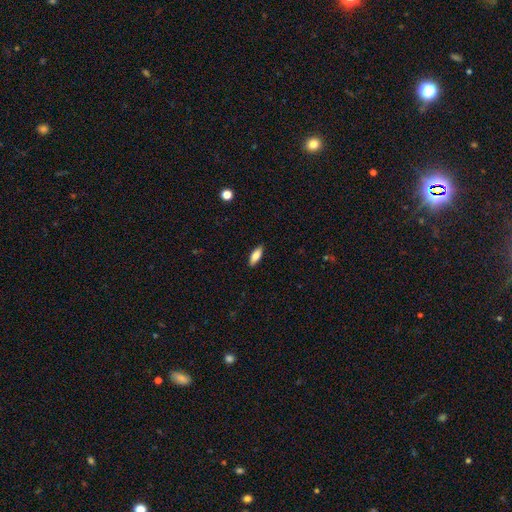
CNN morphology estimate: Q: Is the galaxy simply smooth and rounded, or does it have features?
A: smooth — 78%.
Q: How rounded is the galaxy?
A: in between — 68%.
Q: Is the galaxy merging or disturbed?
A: none — 89%.